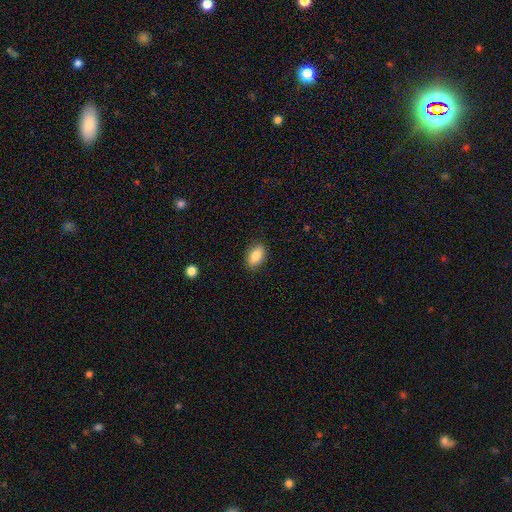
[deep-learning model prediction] Smooth or featured: smooth — 83% (featured or disk — 9%)
How rounded: in between — 90% (round — 8%)
Merging: none — 87% (minor disturbance — 9%)